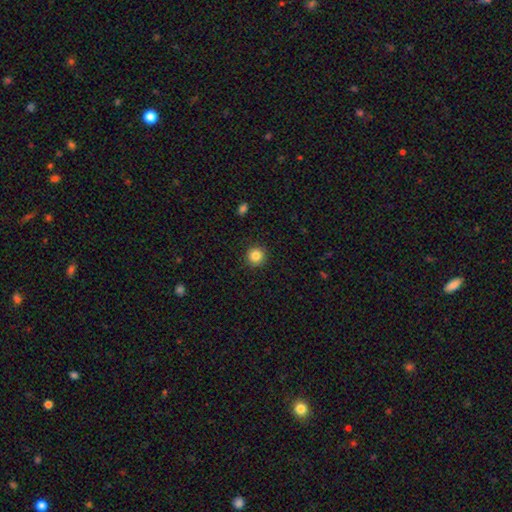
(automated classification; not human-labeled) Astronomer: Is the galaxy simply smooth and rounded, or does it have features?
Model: smooth — 85%.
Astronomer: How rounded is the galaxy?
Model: round — 95%.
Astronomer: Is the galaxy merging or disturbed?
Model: none — 92%.